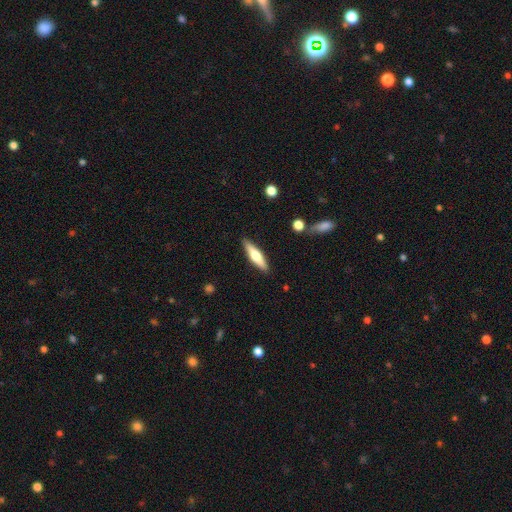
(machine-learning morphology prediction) This appears to be a smooth galaxy with no disk features (52%) that is cigar-shaped (74%). Merging: none (89%).